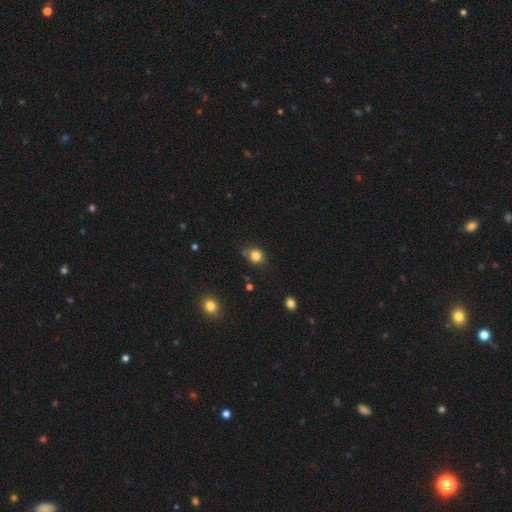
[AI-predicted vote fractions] Q: Smooth or featured?
A: smooth (82%); runner-up: star or artifact (12%)
Q: How rounded?
A: round (67%); runner-up: in between (32%)
Q: Merging?
A: none (71%); runner-up: minor disturbance (19%)